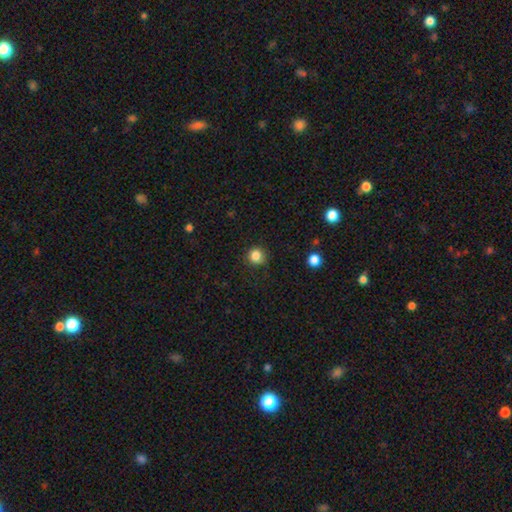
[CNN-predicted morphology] smooth_or_featured: smooth (p=0.84) [alt: star or artifact p=0.12]
how_rounded: round (p=0.92) [alt: in between p=0.07]
merging: none (p=0.86) [alt: minor disturbance p=0.10]